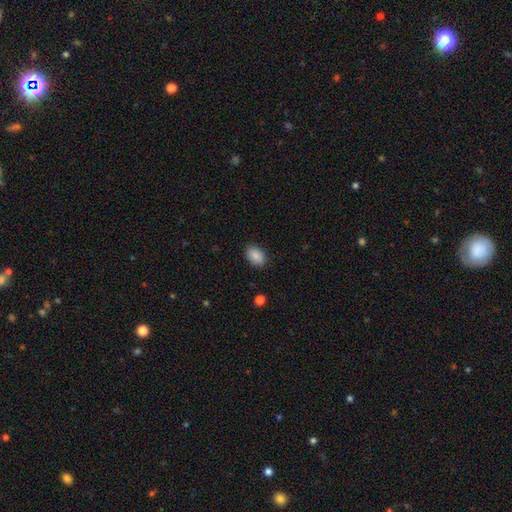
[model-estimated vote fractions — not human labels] Smooth or featured? smooth (87%)
How rounded? in between (85%)
Merging? none (87%)